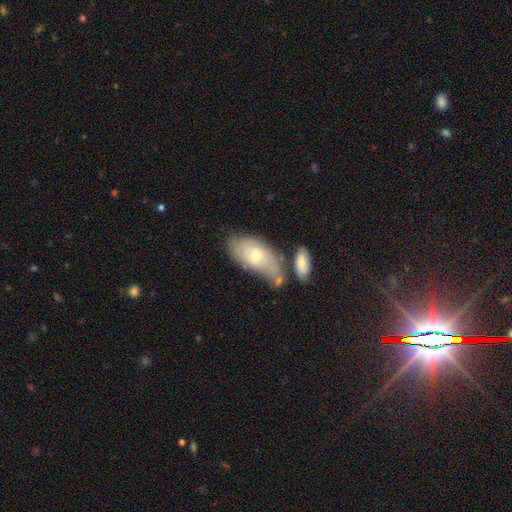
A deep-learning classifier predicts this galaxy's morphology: Smooth or featured? Predicted: smooth (p=0.52). How rounded? Predicted: in between (p=0.89). Merging? Predicted: none (p=0.53).